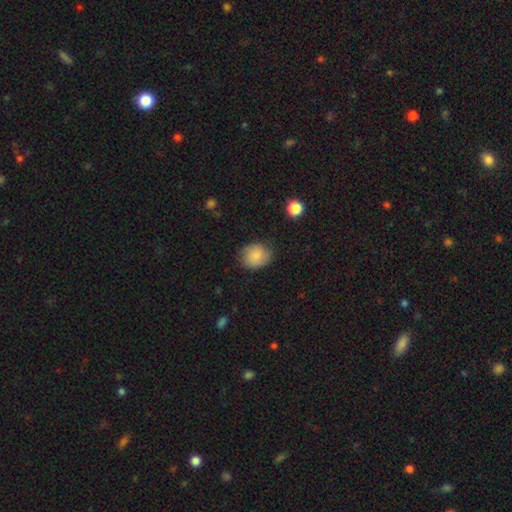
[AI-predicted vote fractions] Smooth or featured: smooth — 83% (featured or disk — 10%)
How rounded: round — 58% (in between — 42%)
Merging: none — 73% (minor disturbance — 21%)